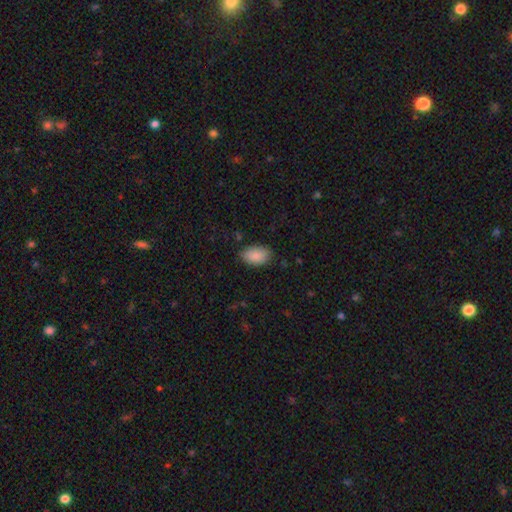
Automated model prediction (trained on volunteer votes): Morphology: type=smooth (88%); roundness=in between (92%); merging=none (79%).